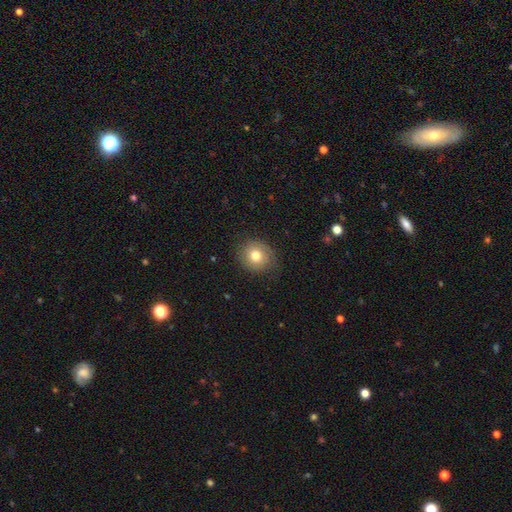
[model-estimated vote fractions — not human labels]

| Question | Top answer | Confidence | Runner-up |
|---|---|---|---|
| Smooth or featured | smooth | 74% | featured or disk (17%) |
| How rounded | round | 77% | in between (22%) |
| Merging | none | 80% | minor disturbance (15%) |